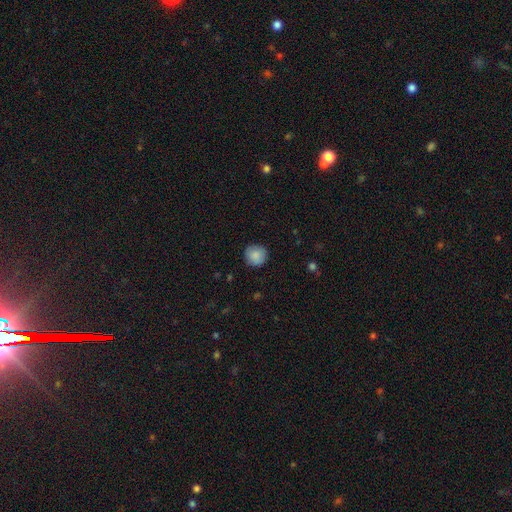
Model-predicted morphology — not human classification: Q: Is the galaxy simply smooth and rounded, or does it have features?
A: smooth — 88%.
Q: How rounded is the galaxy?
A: round — 93%.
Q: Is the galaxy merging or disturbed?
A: none — 87%.